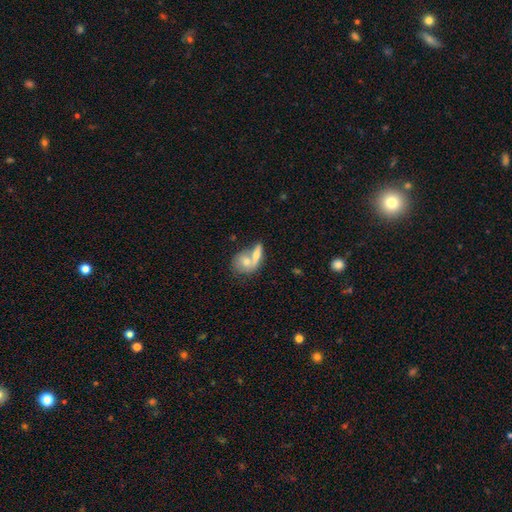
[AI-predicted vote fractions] smooth 65%, featured or disk 28%, star or artifact 7%. Down the decision tree: how rounded — in between (55%); merging — merger (58%).